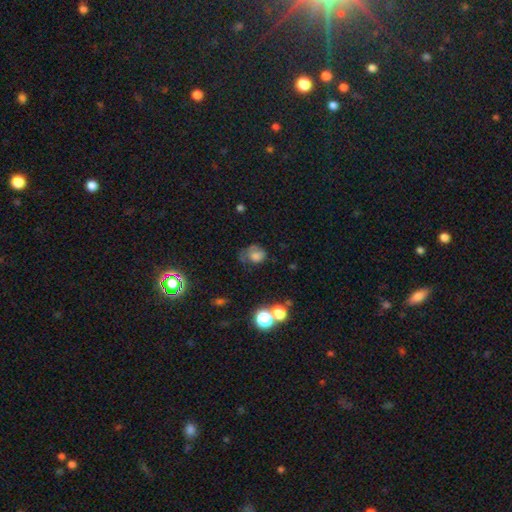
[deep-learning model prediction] Smooth or featured? Predicted: smooth (p=0.64). How rounded? Predicted: round (p=0.56). Merging? Predicted: none (p=0.38).